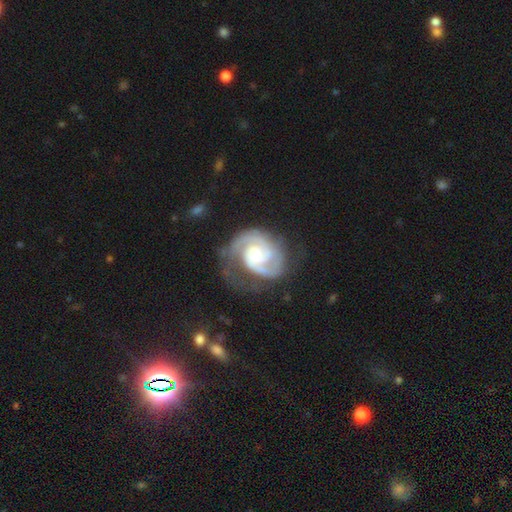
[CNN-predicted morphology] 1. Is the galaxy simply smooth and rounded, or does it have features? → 90% featured or disk, 6% smooth, 4% star or artifact.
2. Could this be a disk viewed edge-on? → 98% no, 2% yes.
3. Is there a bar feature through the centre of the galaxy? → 61% no, 32% weak, 6% strong.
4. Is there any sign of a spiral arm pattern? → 98% yes, 2% no.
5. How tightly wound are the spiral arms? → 51% tight, 40% medium, 8% loose.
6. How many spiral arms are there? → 71% 2, 11% 3, 8% can't tell, 5% 1, 2% 4, 2% more than 4.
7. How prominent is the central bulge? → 46% small, 44% moderate, 6% large, 3% none, 1% dominant.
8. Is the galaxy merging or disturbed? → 57% none, 22% minor disturbance, 19% major disturbance, 2% merger.